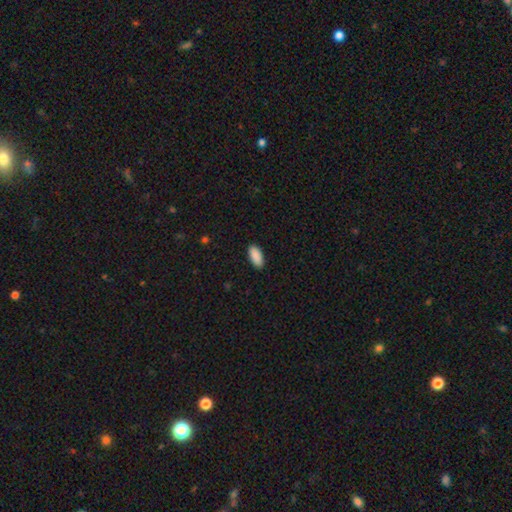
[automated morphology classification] A smooth galaxy with no disk features (91%) that is in between round and cigar-shaped (91%).

Vote fractions:
- Smooth or featured? smooth: 91% / star or artifact: 6% / featured or disk: 3%
- How rounded? in between: 91% / cigar-shaped: 7% / round: 2%
- Merging? none: 89% / minor disturbance: 8% / major disturbance: 2% / merger: 1%